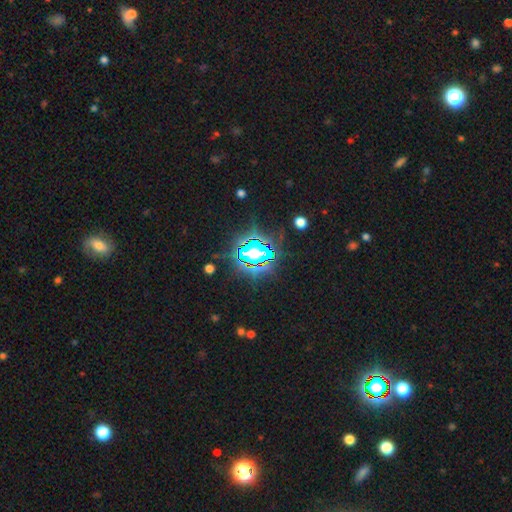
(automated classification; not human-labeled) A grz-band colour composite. It shows a star or artifact, not a galaxy (75%).